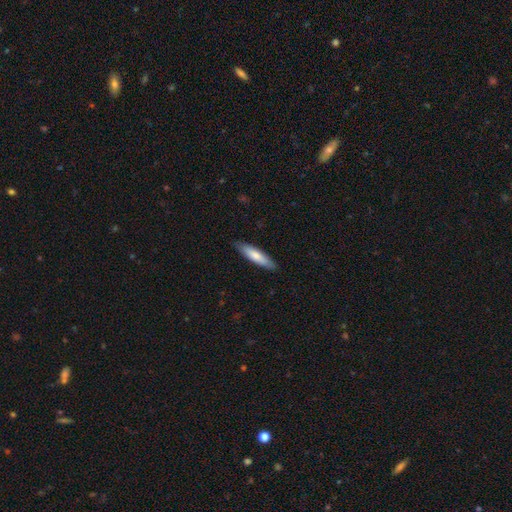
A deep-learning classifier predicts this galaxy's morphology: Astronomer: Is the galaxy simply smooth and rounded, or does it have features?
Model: smooth — 75%.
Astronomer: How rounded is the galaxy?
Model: cigar-shaped — 75%.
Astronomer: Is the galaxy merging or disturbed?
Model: none — 87%.